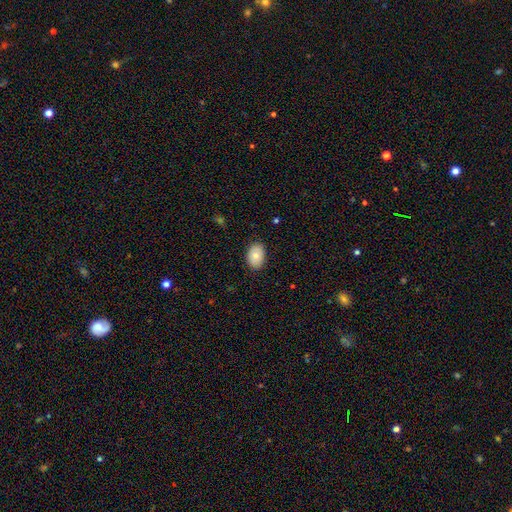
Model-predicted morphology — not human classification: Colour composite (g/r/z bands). It shows a smooth galaxy with no disk features (83%) that is in between round and cigar-shaped (87%). Merging: none (87%).